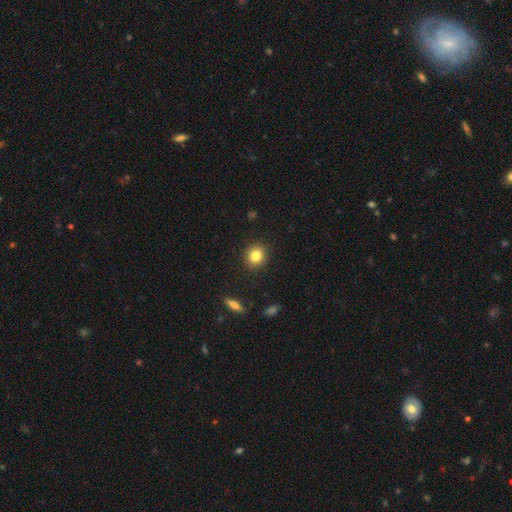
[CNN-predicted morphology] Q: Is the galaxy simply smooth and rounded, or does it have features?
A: smooth — 82%.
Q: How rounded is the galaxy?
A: round — 86%.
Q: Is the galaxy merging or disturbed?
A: none — 91%.